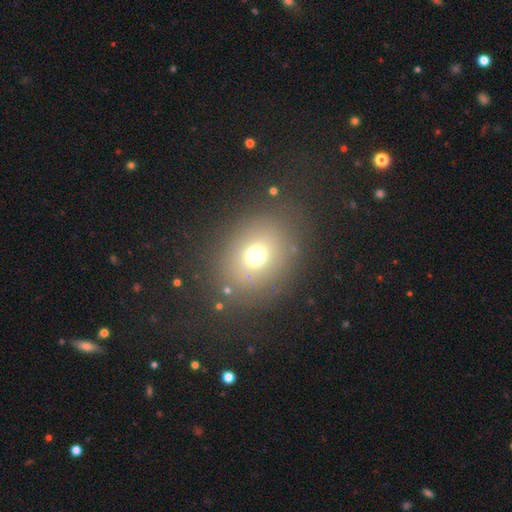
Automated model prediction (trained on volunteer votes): Smooth or featured?
  - smooth: 68% *
  - star or artifact: 20%
  - featured or disk: 12%
How rounded?
  - round: 58% *
  - in between: 41%
  - cigar-shaped: 1%
Merging?
  - none: 81% *
  - minor disturbance: 10%
  - major disturbance: 7%
  - merger: 2%